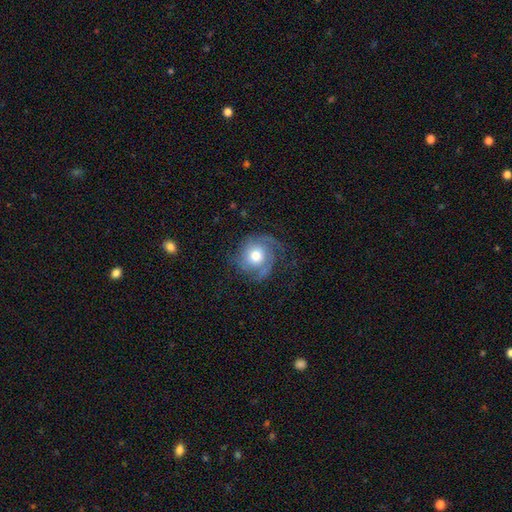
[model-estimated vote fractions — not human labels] Smooth or featured: featured or disk — 70% (smooth — 23%)
Edge-on disk: no — 97% (yes — 3%)
Bar: no — 80% (weak — 16%)
Spiral arms: yes — 92% (no — 8%)
Spiral winding: tight — 43% (medium — 38%)
Spiral arm count: 2 — 33% (3 — 27%)
Bulge size: moderate — 68% (large — 20%)
Merging: none — 64% (minor disturbance — 20%)